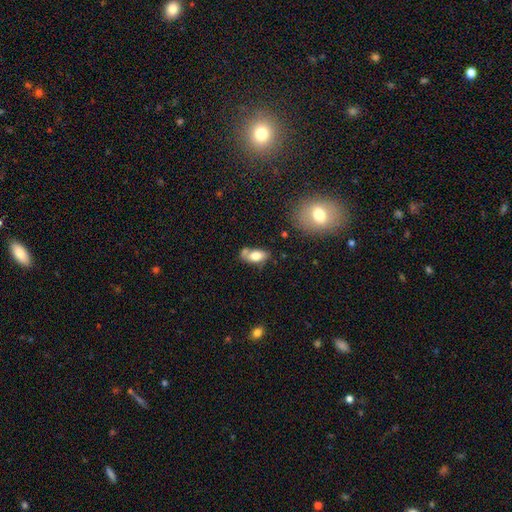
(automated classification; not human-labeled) smooth_or_featured: smooth (p=0.71) [alt: featured or disk p=0.21]
how_rounded: in between (p=0.88) [alt: cigar-shaped p=0.06]
merging: none (p=0.46) [alt: minor disturbance p=0.23]